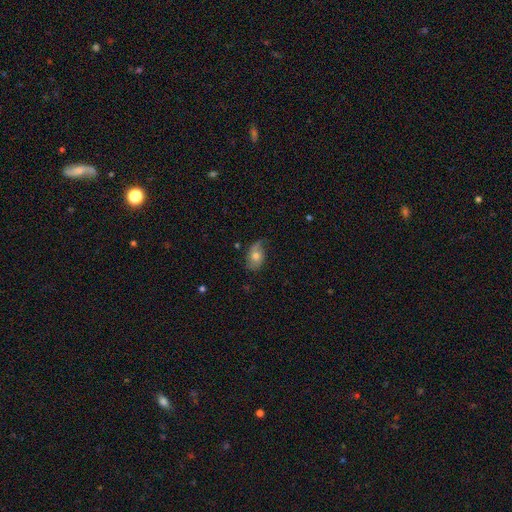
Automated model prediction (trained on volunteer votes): smooth-or-featured: smooth: 49% | featured or disk: 42% | star or artifact: 9%
  merging: none: 60% | minor disturbance: 29% | major disturbance: 10% | merger: 2%